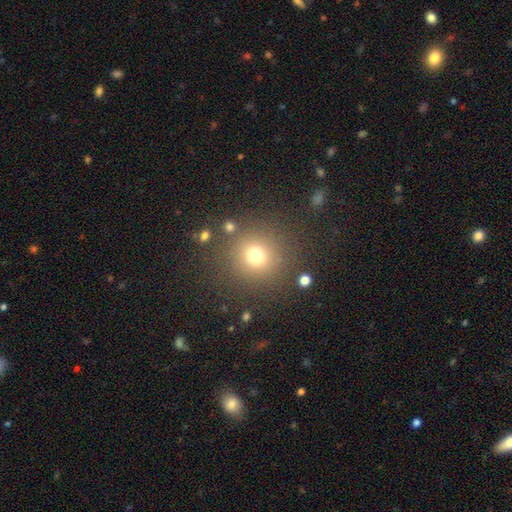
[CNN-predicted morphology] smooth 74%, star or artifact 18%, featured or disk 9%. Down the decision tree: how rounded — round (92%); merging — none (84%).